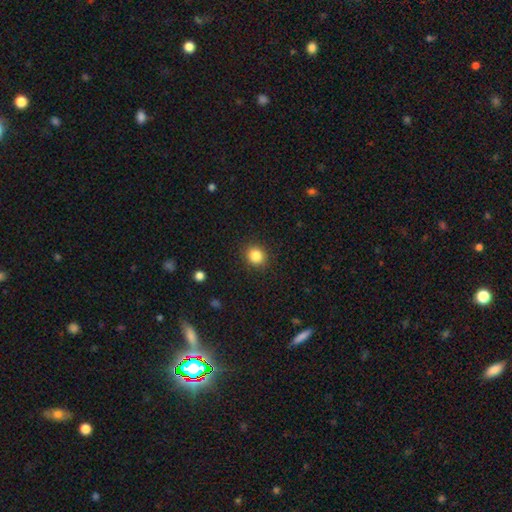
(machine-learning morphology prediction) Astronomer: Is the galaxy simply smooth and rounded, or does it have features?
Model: smooth — 85%.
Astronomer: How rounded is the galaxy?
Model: round — 83%.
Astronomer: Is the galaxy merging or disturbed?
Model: none — 90%.